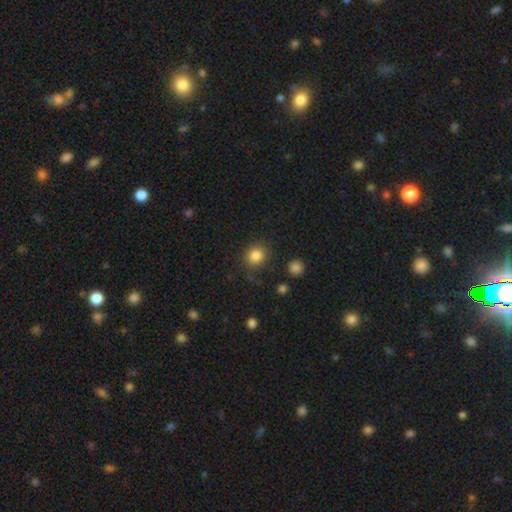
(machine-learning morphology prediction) Smooth or featured? smooth (84%)
How rounded? round (82%)
Merging? none (83%)